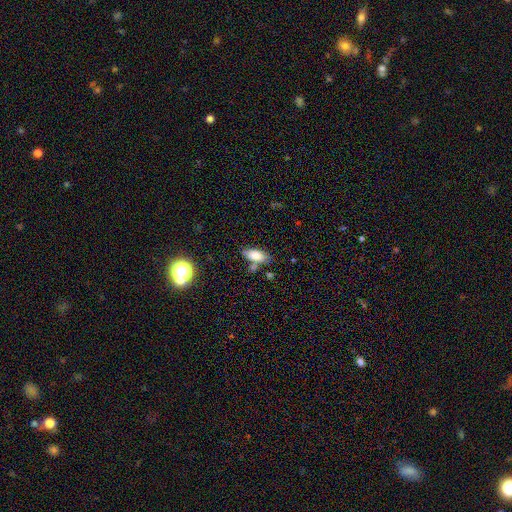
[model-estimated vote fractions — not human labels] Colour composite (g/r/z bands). It shows a smooth galaxy with no disk features (79%) that is in between round and cigar-shaped (87%). Merging: none (68%).